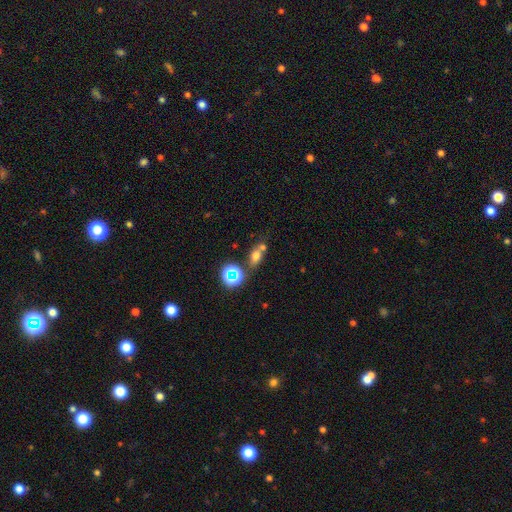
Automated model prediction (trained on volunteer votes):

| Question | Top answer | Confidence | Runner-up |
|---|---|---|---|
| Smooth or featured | smooth | 63% | star or artifact (22%) |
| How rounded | in between | 61% | round (33%) |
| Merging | none | 49% | merger (33%) |